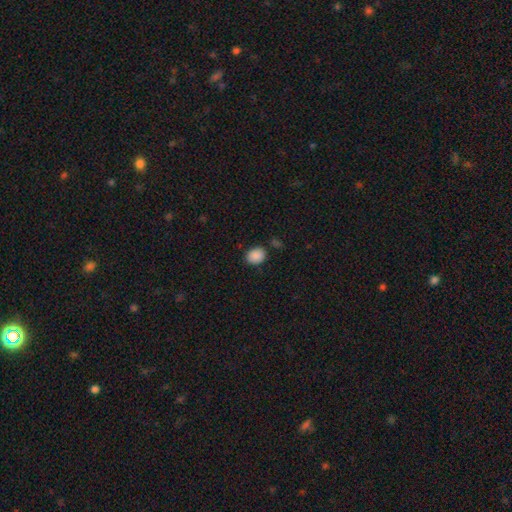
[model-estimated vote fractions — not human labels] Smooth or featured? Predicted: smooth (p=0.88). How rounded? Predicted: in between (p=0.54). Merging? Predicted: none (p=0.83).